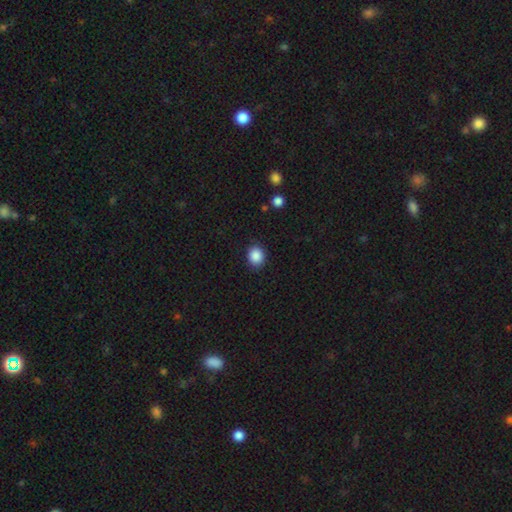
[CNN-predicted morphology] Q: Smooth or featured?
A: smooth (88%); runner-up: star or artifact (9%)
Q: How rounded?
A: round (68%); runner-up: in between (31%)
Q: Merging?
A: none (88%); runner-up: minor disturbance (9%)